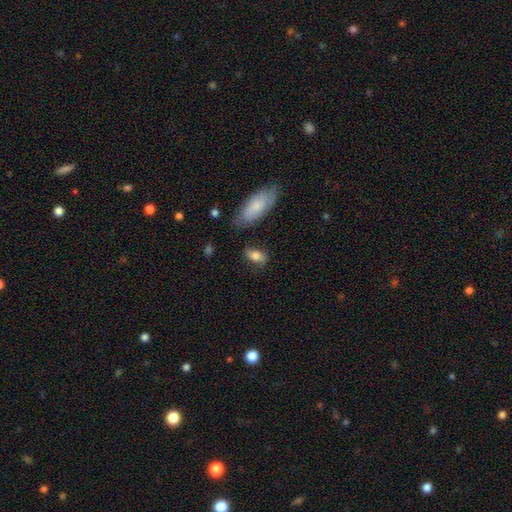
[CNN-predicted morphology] Q: Smooth or featured?
A: smooth (75%); runner-up: featured or disk (17%)
Q: How rounded?
A: in between (85%); runner-up: round (8%)
Q: Merging?
A: none (69%); runner-up: minor disturbance (20%)